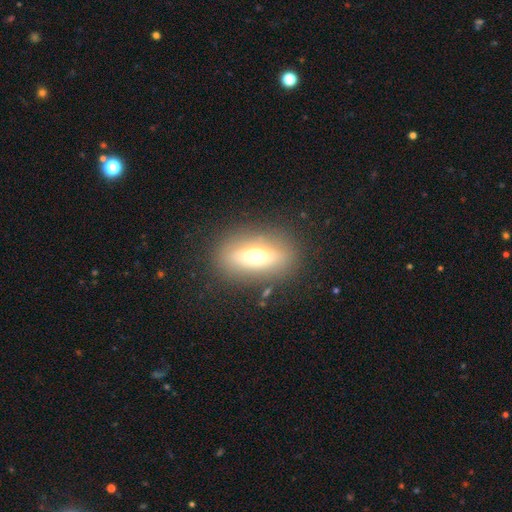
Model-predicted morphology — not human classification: This appears to be a smooth galaxy with no disk features (56%) that is in between round and cigar-shaped (72%). Merging: none (84%).